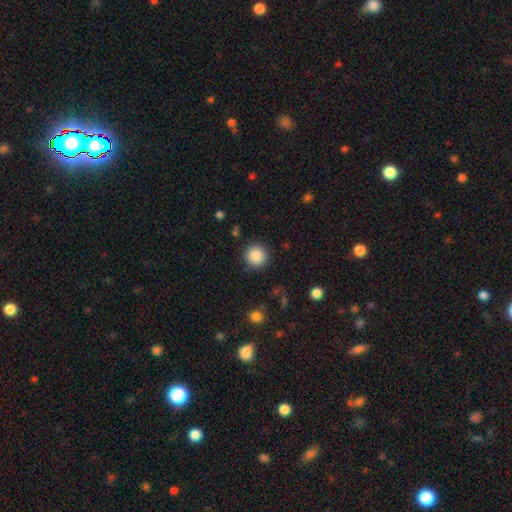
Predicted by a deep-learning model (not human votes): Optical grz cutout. It shows a smooth galaxy with no disk features (87%) that is round (95%). Merging: none (90%).